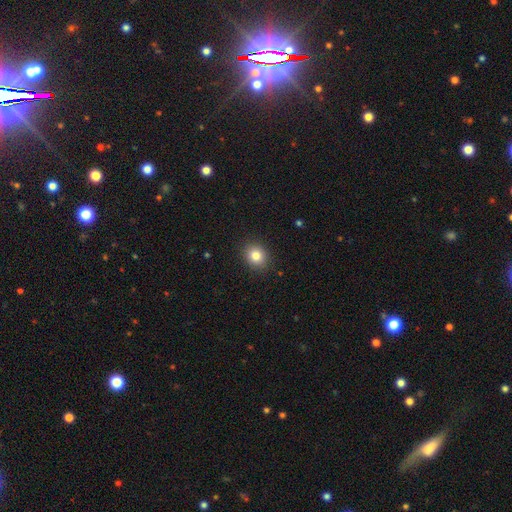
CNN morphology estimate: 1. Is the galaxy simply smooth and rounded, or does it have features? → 83% smooth, 11% star or artifact, 7% featured or disk.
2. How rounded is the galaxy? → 71% round, 28% in between, 1% cigar-shaped.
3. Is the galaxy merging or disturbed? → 90% none, 7% minor disturbance, 2% major disturbance, 1% merger.